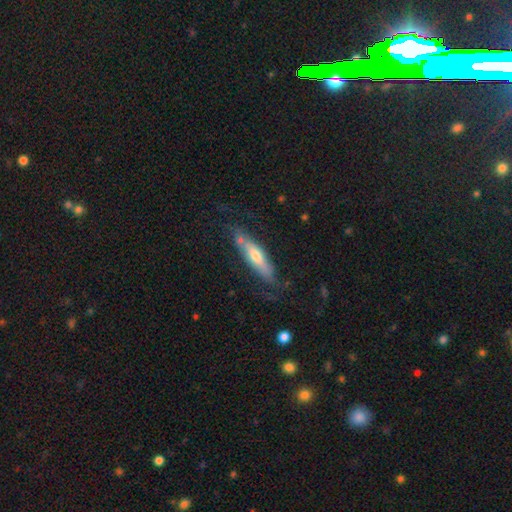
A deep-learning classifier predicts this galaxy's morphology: type=featured or disk (52%); edge-on=yes (68%); merging=none (66%).